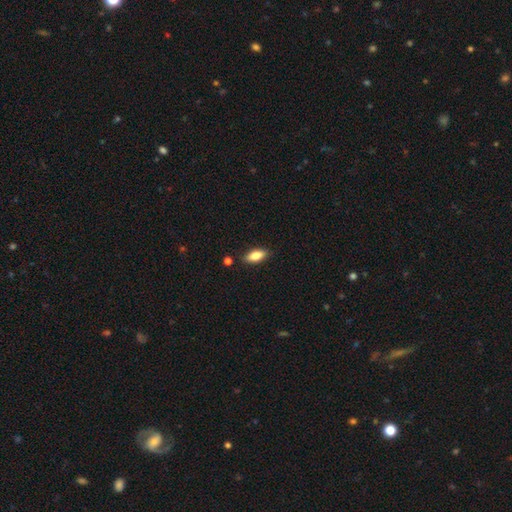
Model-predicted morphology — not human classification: type=smooth (79%); roundness=in between (81%); merging=none (86%).